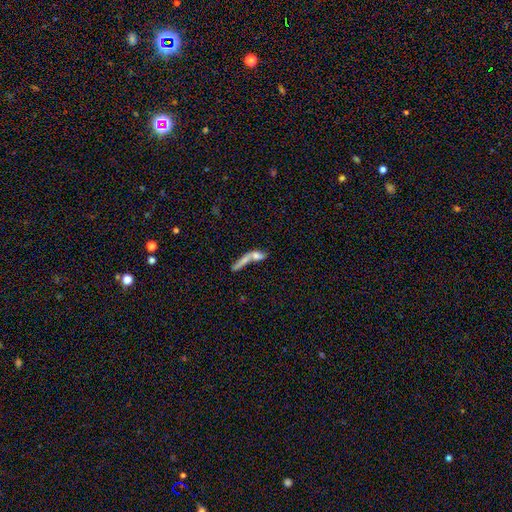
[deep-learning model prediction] Morphology: type=smooth (59%); roundness=cigar-shaped (61%); merging=merger (58%).